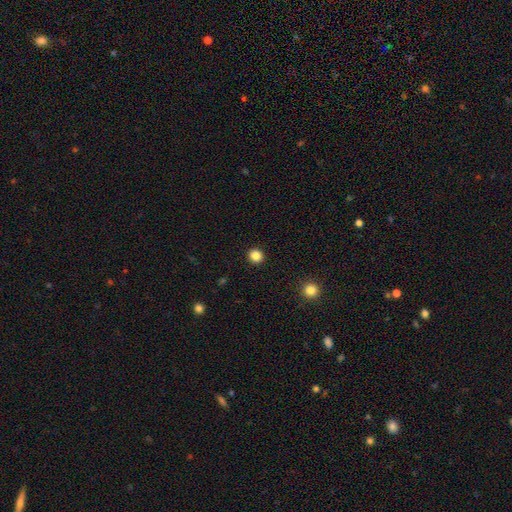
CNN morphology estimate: The model was most divided on "smooth or featured": smooth: 85%, star or artifact: 11%, featured or disk: 3%. More confident: merging — none (93%); how rounded — round (87%).